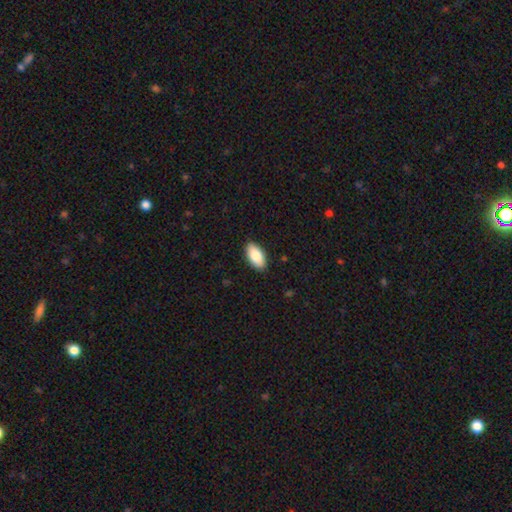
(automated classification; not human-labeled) A smooth galaxy with no disk features (85%) that is in between round and cigar-shaped (94%). Merging: none (90%).